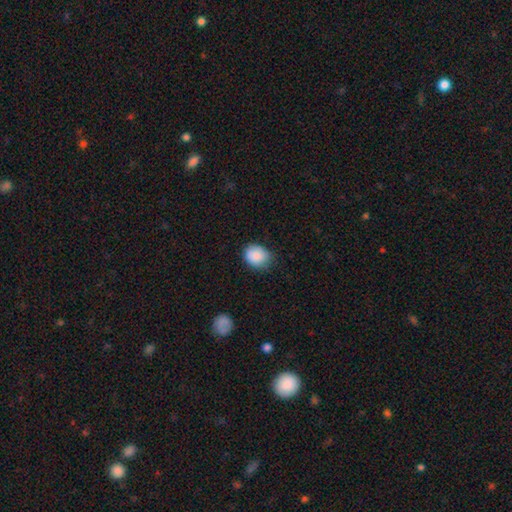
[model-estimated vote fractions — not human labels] Smooth or featured? smooth (87%)
How rounded? round (56%)
Merging? none (71%)